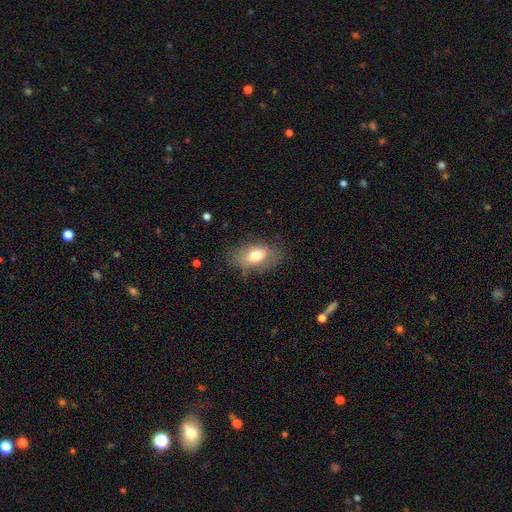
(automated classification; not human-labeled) This is likely a smooth galaxy (71%). How rounded: clearly in between (88%). Merging: likely none (66%).